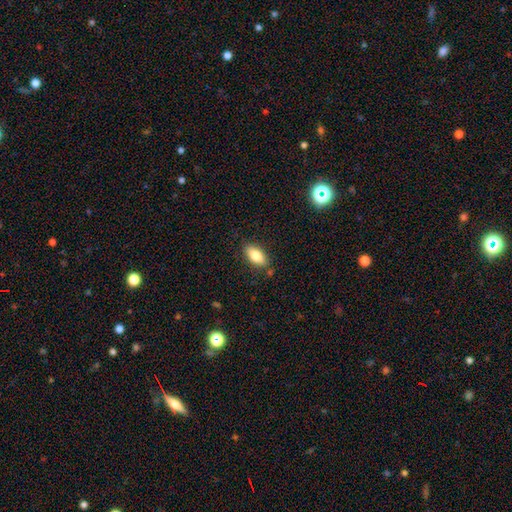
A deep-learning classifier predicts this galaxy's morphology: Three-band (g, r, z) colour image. It shows a smooth galaxy with no disk features (77%) that is in between round and cigar-shaped (87%). Merging: none (84%).